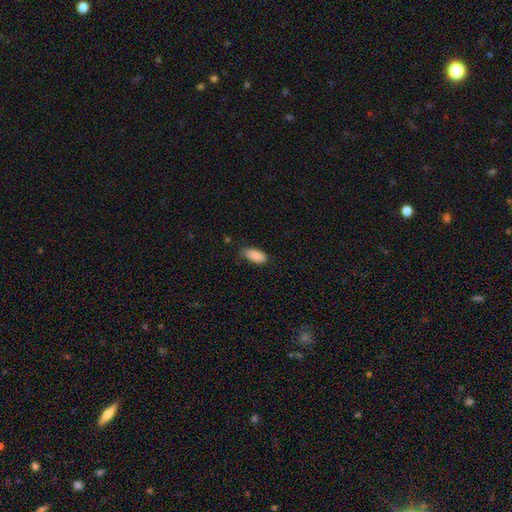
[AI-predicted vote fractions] Overall: smooth (85%). How rounded: in between (92%). Merging: none (65%; minor disturbance 29%).